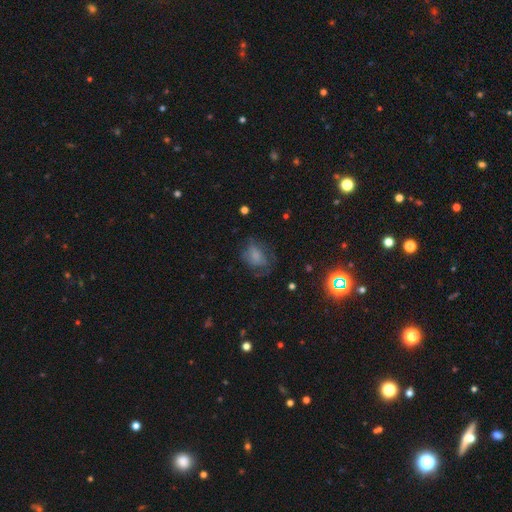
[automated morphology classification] type=smooth (58%); roundness=in between (66%); merging=none (47%).